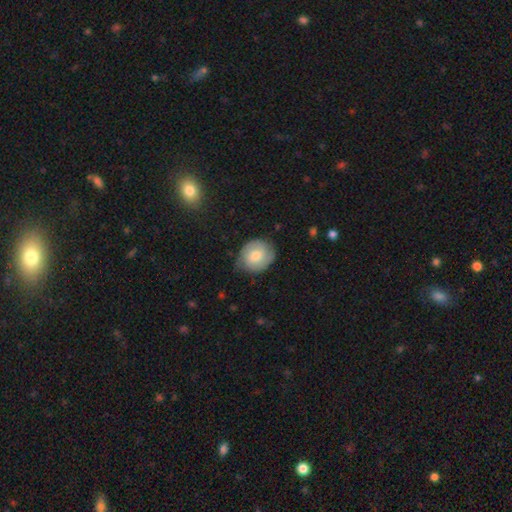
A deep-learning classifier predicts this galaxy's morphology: smooth_or_featured: smooth (p=0.56) [alt: featured or disk p=0.37]
how_rounded: round (p=0.74) [alt: in between p=0.25]
merging: none (p=0.71) [alt: minor disturbance p=0.22]